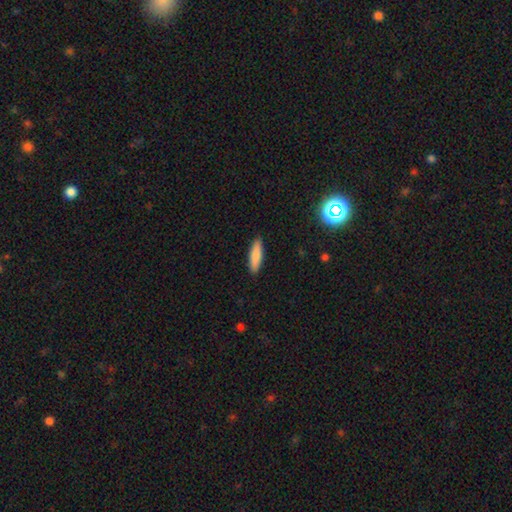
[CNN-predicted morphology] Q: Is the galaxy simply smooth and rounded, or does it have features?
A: smooth — 85%.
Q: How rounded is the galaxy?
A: cigar-shaped — 66%.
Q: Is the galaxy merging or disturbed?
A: none — 90%.